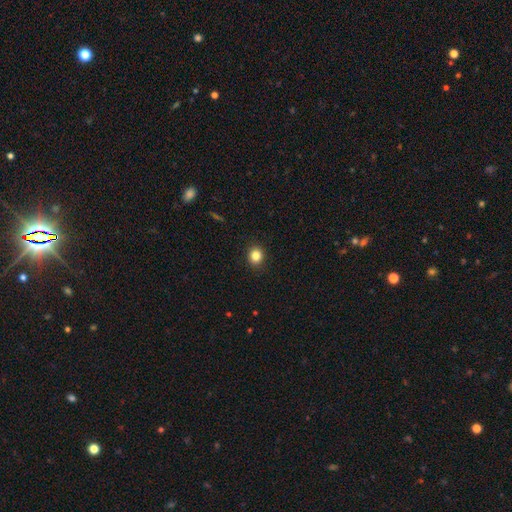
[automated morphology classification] Smooth or featured? smooth (84%)
How rounded? round (78%)
Merging? none (91%)